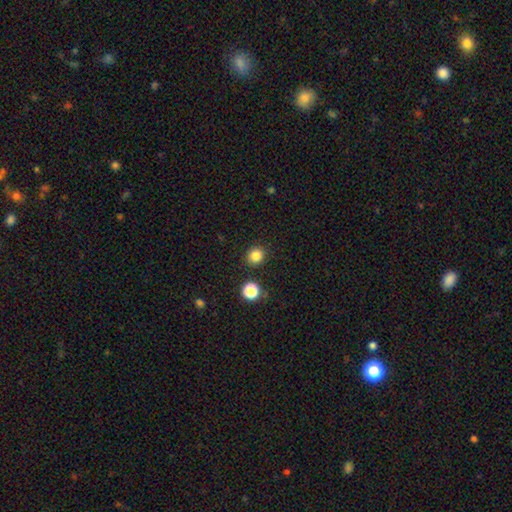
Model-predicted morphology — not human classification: Q: Smooth or featured?
A: smooth (83%); runner-up: star or artifact (12%)
Q: How rounded?
A: round (88%); runner-up: in between (11%)
Q: Merging?
A: none (90%); runner-up: minor disturbance (6%)